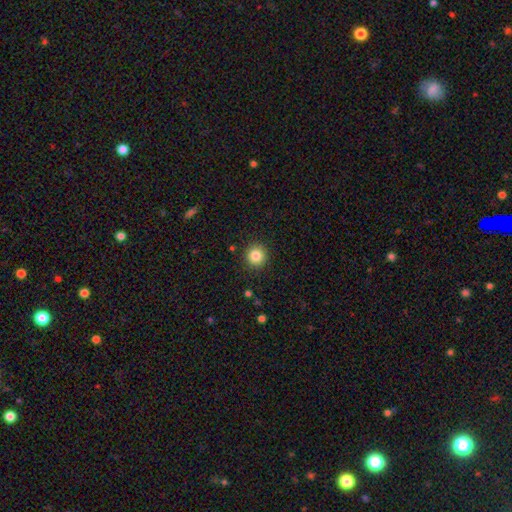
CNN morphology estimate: Smooth or featured? Predicted: smooth (p=0.85). How rounded? Predicted: round (p=0.94). Merging? Predicted: none (p=0.91).